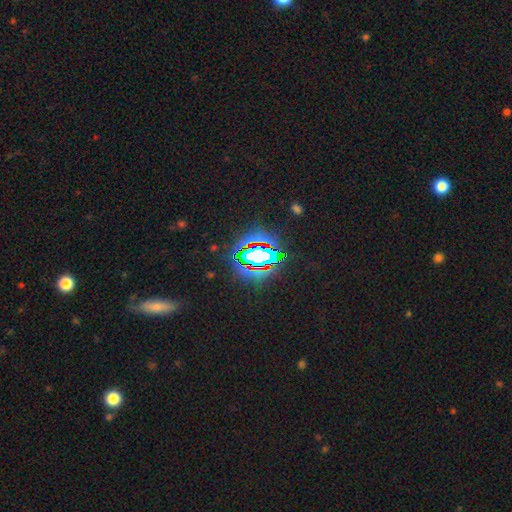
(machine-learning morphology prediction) Smooth or featured?
  - star or artifact: 72% *
  - smooth: 17%
  - featured or disk: 12%